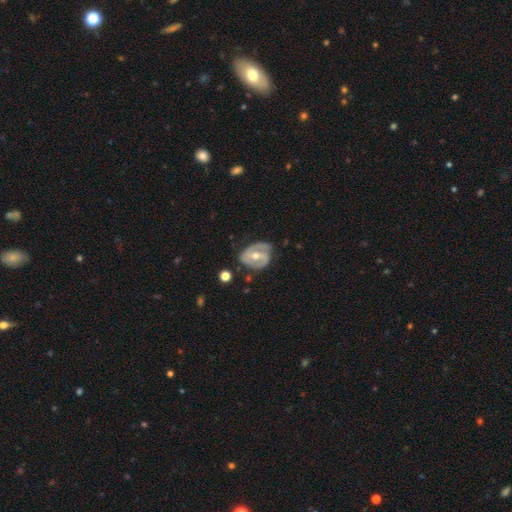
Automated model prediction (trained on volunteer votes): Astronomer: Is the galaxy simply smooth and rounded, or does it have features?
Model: featured or disk — 78%.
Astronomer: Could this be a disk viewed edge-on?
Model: no — 97%.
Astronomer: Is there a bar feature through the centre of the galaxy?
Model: no — 41% (runner-up: weak, 39%).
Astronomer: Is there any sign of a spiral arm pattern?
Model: yes — 83%.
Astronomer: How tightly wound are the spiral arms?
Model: tight — 49% (runner-up: medium, 37%).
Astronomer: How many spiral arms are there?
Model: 2 — 67%.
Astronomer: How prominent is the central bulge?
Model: moderate — 68%.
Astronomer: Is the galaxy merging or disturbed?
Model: none — 65%.